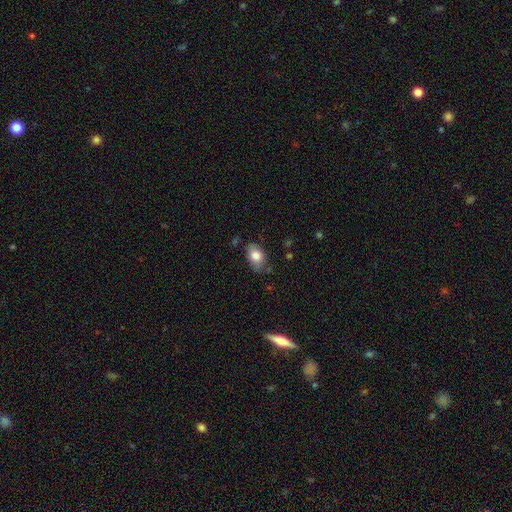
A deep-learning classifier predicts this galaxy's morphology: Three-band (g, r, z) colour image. It shows a smooth galaxy with no disk features (80%) that is in between round and cigar-shaped (85%). Merging: none (71%).